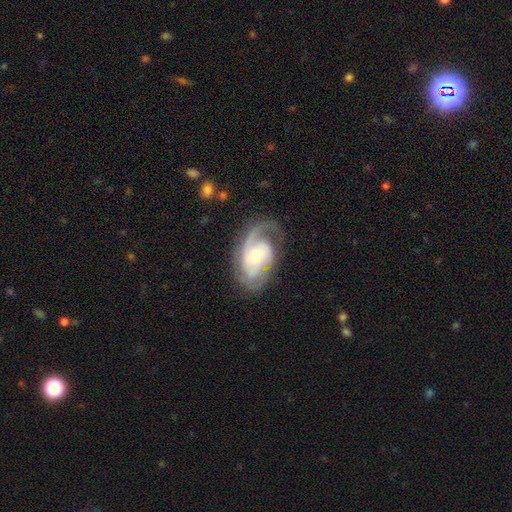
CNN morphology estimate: Overall: featured or disk (80%). Edge-on disk: no (96%). Bar: no (67%; weak 28%). Spiral arms: yes (92%). Spiral arm count: 2 (40%; 1 32%). Spiral winding: medium (42%; tight 39%). Bulge size: moderate (48%; small 41%). Merging: none (61%).